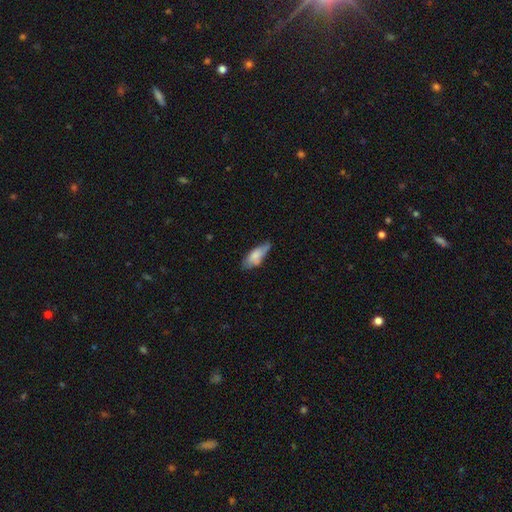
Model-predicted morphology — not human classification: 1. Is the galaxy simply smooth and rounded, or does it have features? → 74% smooth, 19% featured or disk, 7% star or artifact.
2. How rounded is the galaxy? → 70% in between, 28% cigar-shaped, 2% round.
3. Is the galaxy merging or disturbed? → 47% none, 39% minor disturbance, 11% major disturbance, 3% merger.